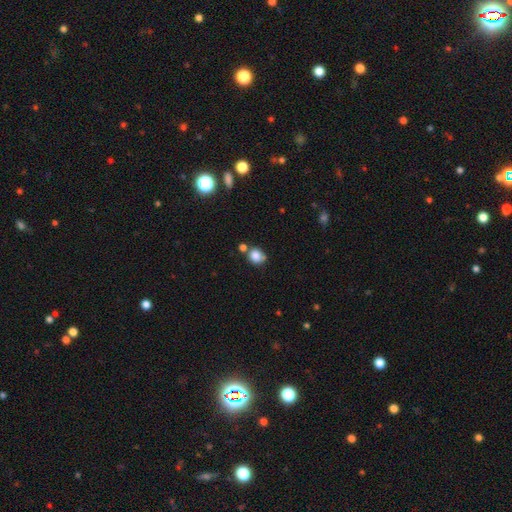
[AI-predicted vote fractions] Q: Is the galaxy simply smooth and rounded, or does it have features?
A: smooth — 83%.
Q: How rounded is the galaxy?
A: round — 70%.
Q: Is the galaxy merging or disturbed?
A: none — 60%.